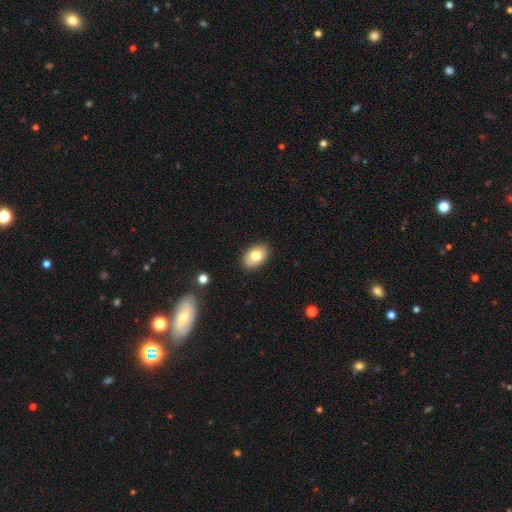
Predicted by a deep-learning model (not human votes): A smooth galaxy with no disk features (78%) that is in between round and cigar-shaped (86%). Merging: none (88%).